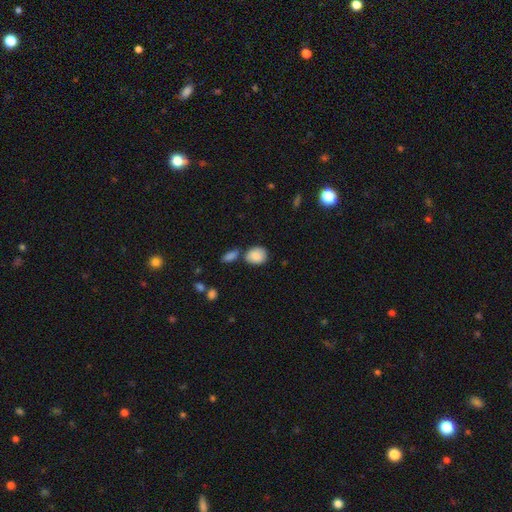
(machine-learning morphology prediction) A smooth galaxy with no disk features (87%) that is in between round and cigar-shaped (54%). Merging: none (61%).